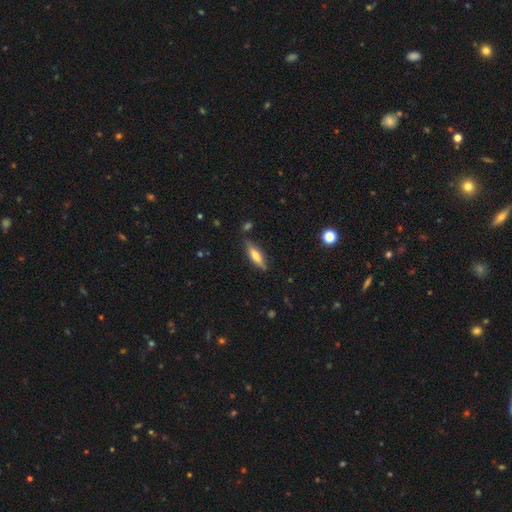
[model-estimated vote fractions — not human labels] Smooth or featured? smooth (47%)
Merging? none (84%)